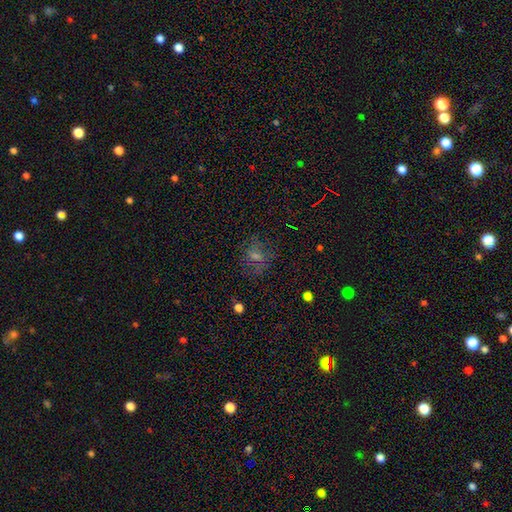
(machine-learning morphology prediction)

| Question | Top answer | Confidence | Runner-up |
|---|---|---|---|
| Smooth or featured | smooth | 41% | star or artifact (31%) |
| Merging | none | 71% | minor disturbance (16%) |